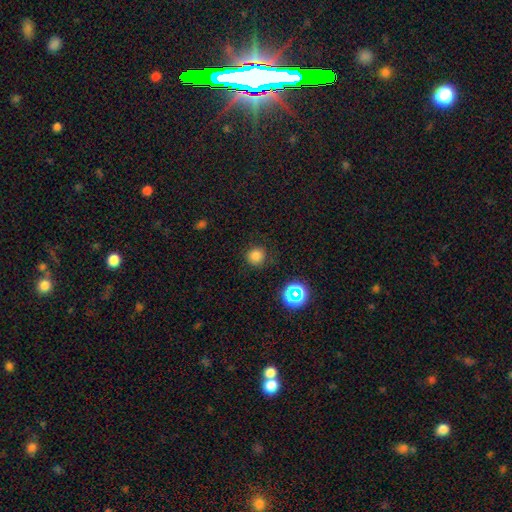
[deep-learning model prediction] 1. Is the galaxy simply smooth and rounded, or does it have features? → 78% smooth, 17% star or artifact, 5% featured or disk.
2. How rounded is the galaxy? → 92% round, 7% in between, 1% cigar-shaped.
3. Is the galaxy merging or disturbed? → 86% none, 9% minor disturbance, 3% major disturbance, 1% merger.